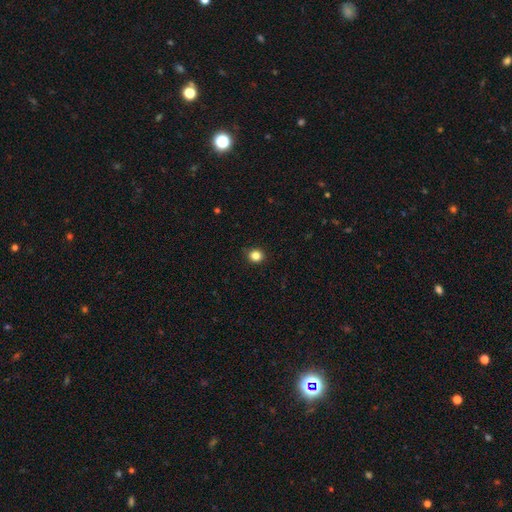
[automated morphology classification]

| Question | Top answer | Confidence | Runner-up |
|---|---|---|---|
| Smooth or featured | smooth | 84% | star or artifact (12%) |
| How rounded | round | 88% | in between (11%) |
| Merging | none | 91% | minor disturbance (6%) |